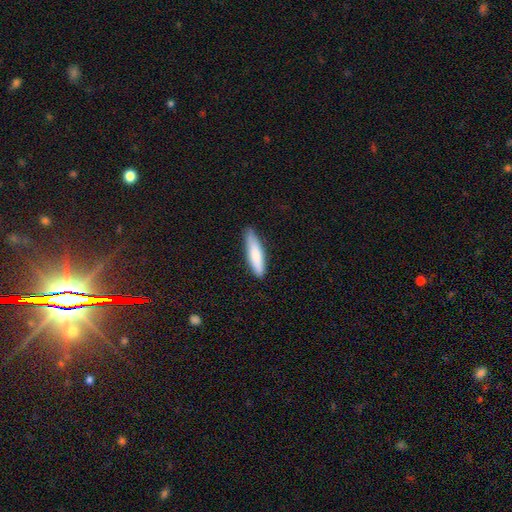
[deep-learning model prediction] The model was most divided on "how rounded": cigar-shaped: 76%, in between: 22%, round: 1%. More confident: smooth or featured — smooth (82%); merging — none (80%).